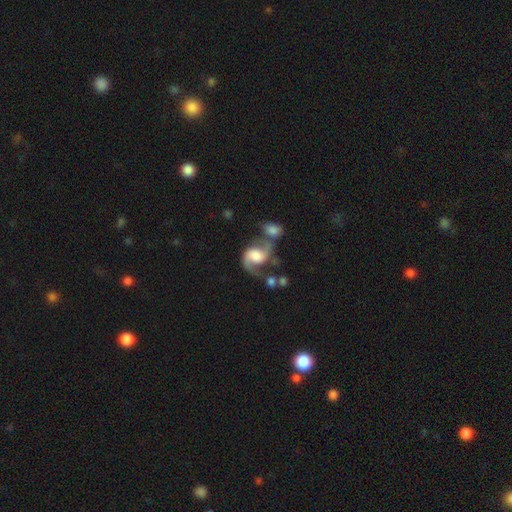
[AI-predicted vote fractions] A featured or disk galaxy (85%) with no bar (48%), 2 (88%) medium (47%) spiral arms (96%) and a large central bulge (38%). Merging: none (36%).